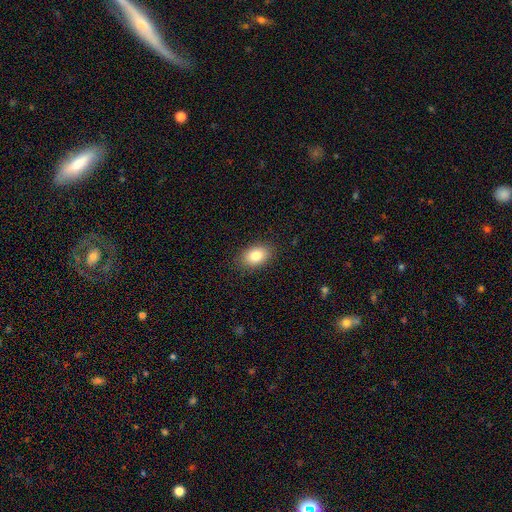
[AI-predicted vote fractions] Smooth or featured? Predicted: smooth (p=0.82). How rounded? Predicted: in between (p=0.85). Merging? Predicted: none (p=0.88).